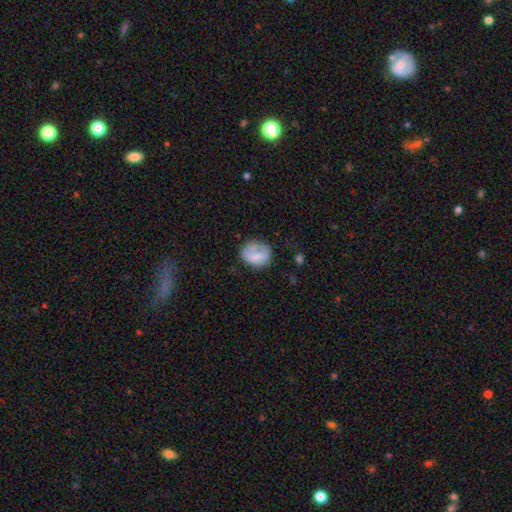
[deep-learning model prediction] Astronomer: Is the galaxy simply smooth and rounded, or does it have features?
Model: smooth — 67%.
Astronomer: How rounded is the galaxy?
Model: round — 59% (runner-up: in between, 40%).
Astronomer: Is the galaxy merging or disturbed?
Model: none — 55%.